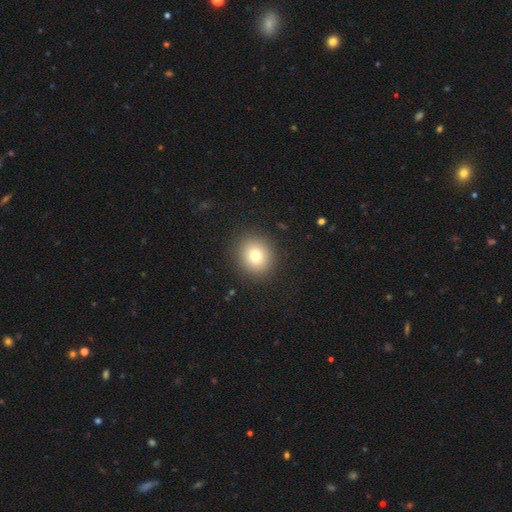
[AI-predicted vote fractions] Smooth or featured? Predicted: smooth (p=0.78). How rounded? Predicted: round (p=0.82). Merging? Predicted: none (p=0.90).